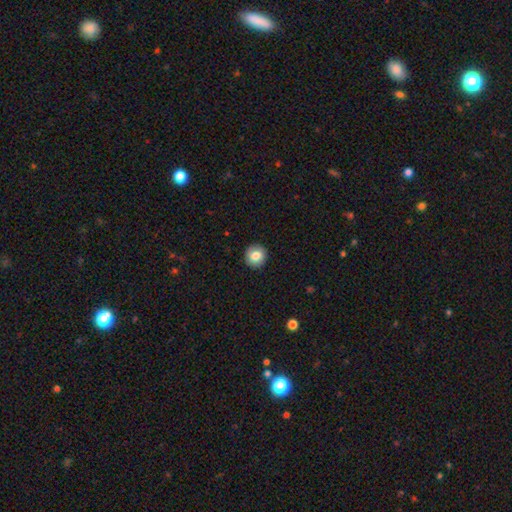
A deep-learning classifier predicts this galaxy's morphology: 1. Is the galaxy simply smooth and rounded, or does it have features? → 81% smooth, 10% featured or disk, 8% star or artifact.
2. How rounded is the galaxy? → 93% round, 6% in between, 1% cigar-shaped.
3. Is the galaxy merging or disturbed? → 92% none, 6% minor disturbance, 2% major disturbance, 1% merger.